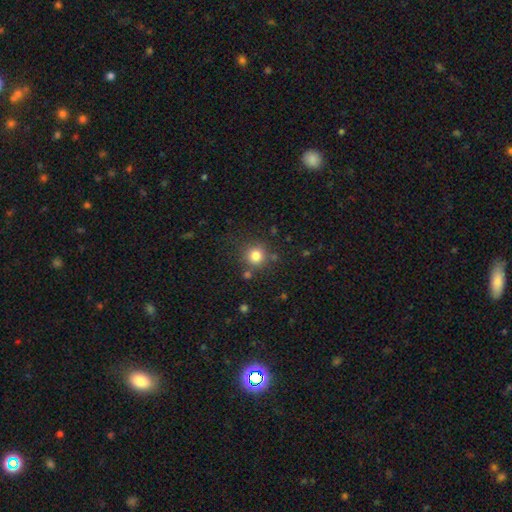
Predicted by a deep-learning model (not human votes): Q: Smooth or featured?
A: smooth (81%); runner-up: star or artifact (13%)
Q: How rounded?
A: round (92%); runner-up: in between (7%)
Q: Merging?
A: none (80%); runner-up: minor disturbance (10%)